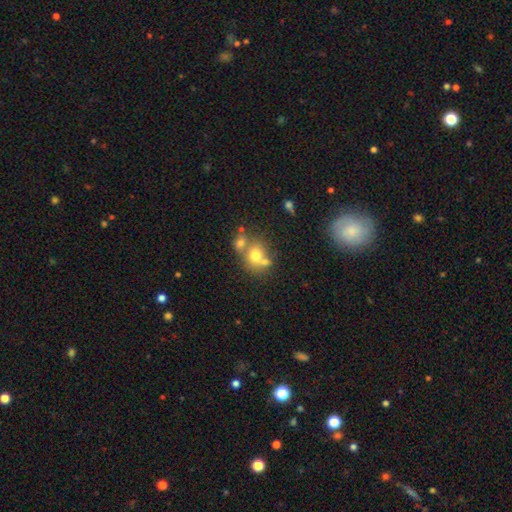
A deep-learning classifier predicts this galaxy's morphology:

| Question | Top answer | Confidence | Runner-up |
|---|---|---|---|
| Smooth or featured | smooth | 68% | featured or disk (19%) |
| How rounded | round | 70% | in between (29%) |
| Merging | merger | 44% | none (42%) |